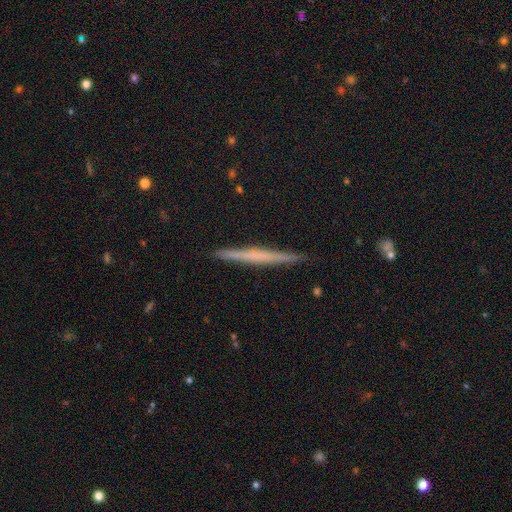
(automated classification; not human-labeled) A featured or disk galaxy (55%) viewed edge-on (98%) with no central bulge (75%). Merging: none (91%).